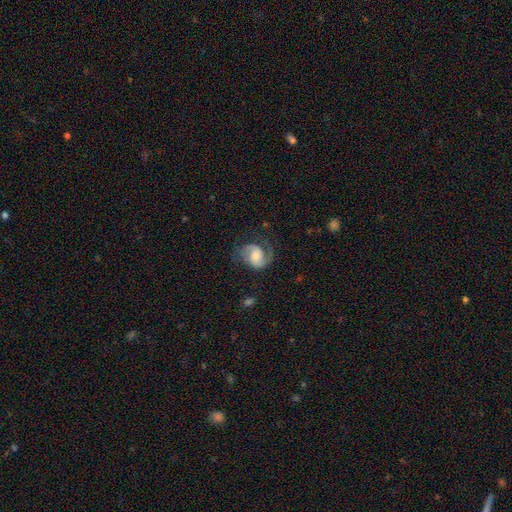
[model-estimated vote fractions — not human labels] Q: Smooth or featured?
A: featured or disk (78%); runner-up: smooth (16%)
Q: Edge-on disk?
A: no (98%); runner-up: yes (2%)
Q: Bar?
A: no (53%); runner-up: weak (37%)
Q: Spiral arms?
A: yes (95%); runner-up: no (5%)
Q: Spiral winding?
A: medium (50%); runner-up: loose (27%)
Q: Spiral arm count?
A: 2 (75%); runner-up: 1 (18%)
Q: Bulge size?
A: moderate (41%); runner-up: small (30%)
Q: Merging?
A: none (61%); runner-up: minor disturbance (20%)